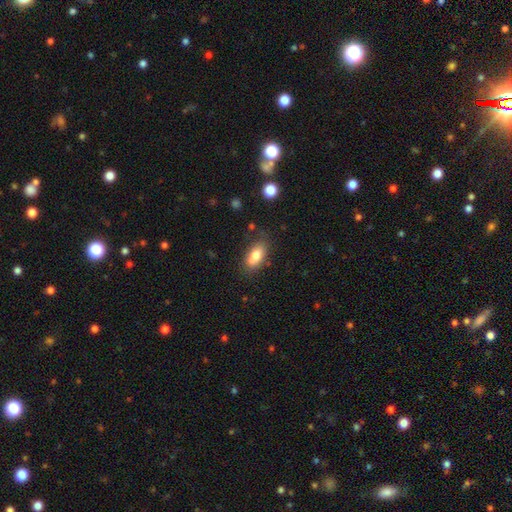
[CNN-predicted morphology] Q: Smooth or featured?
A: smooth (76%); runner-up: featured or disk (16%)
Q: How rounded?
A: in between (86%); runner-up: cigar-shaped (8%)
Q: Merging?
A: none (62%); runner-up: minor disturbance (19%)